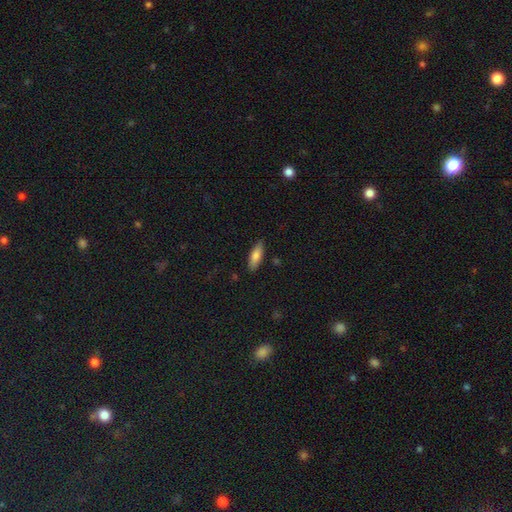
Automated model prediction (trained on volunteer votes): Overall: smooth (78%). How rounded: in between (62%; cigar-shaped 36%). Merging: none (86%).